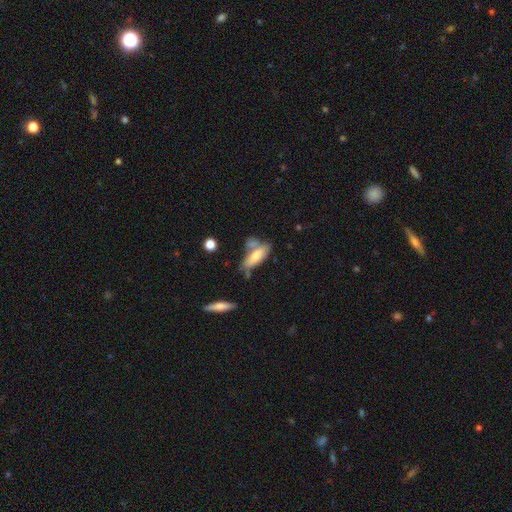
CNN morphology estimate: Smooth or featured? smooth (67%)
How rounded? in between (68%)
Merging? none (42%)